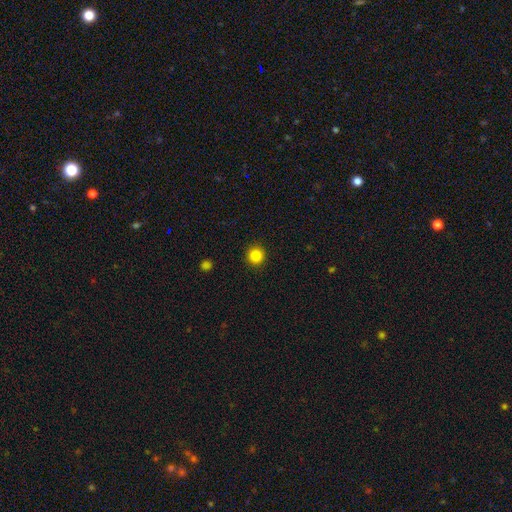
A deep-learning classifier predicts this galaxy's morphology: Smooth or featured? smooth (86%)
How rounded? round (95%)
Merging? none (92%)